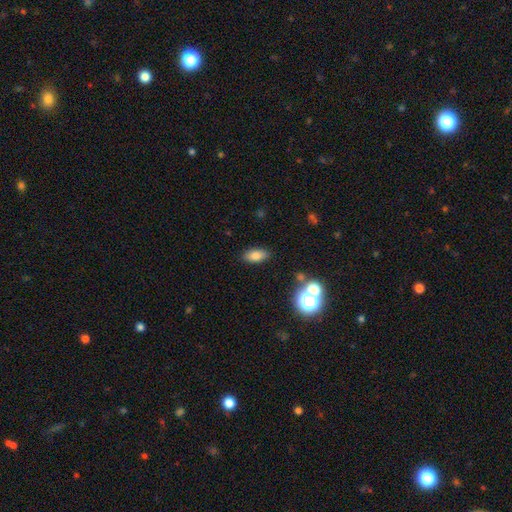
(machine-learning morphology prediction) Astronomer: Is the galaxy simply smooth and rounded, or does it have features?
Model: smooth — 78%.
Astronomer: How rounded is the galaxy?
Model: in between — 86%.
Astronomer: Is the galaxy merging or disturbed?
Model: none — 85%.